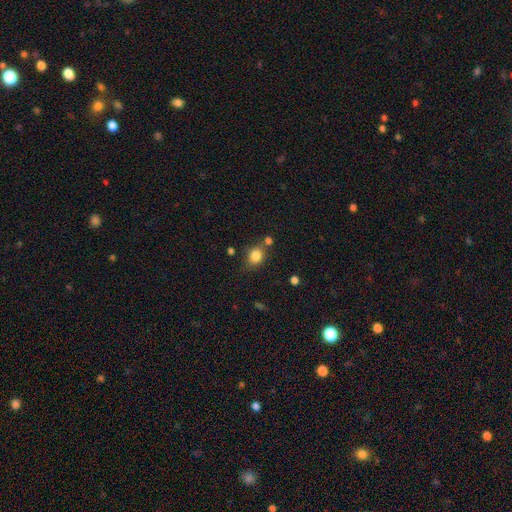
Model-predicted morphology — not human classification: This is clearly a smooth galaxy (82%). How rounded: possibly in between (53%). Merging: likely none (66%).